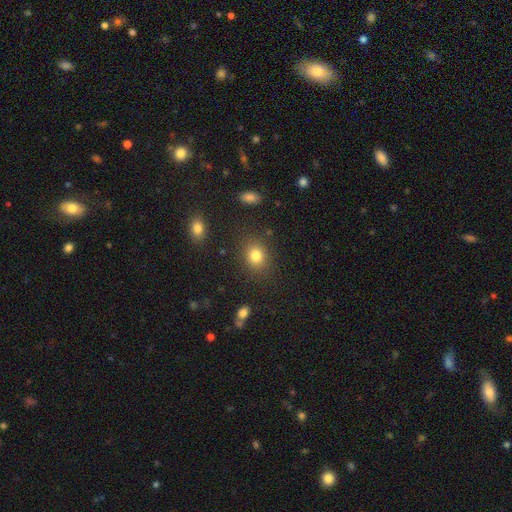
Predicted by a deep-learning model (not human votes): Smooth or featured? smooth (81%)
How rounded? round (61%)
Merging? none (83%)